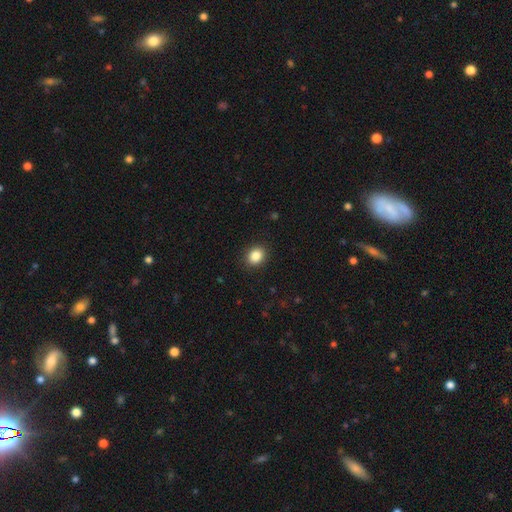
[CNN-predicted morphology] Smooth or featured? smooth (86%)
How rounded? round (55%)
Merging? none (90%)